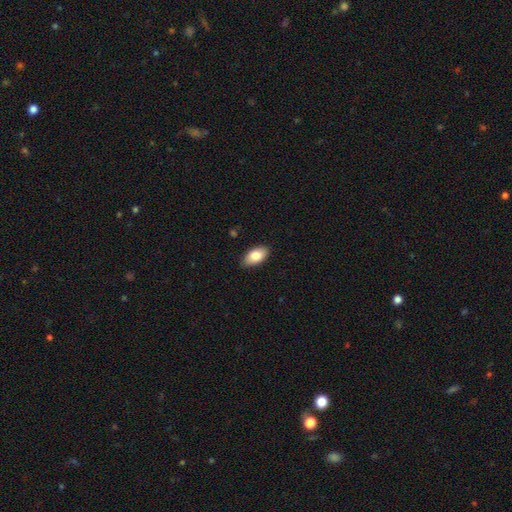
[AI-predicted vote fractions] Q: Smooth or featured?
A: smooth (83%); runner-up: featured or disk (10%)
Q: How rounded?
A: in between (94%); runner-up: round (3%)
Q: Merging?
A: none (87%); runner-up: minor disturbance (10%)